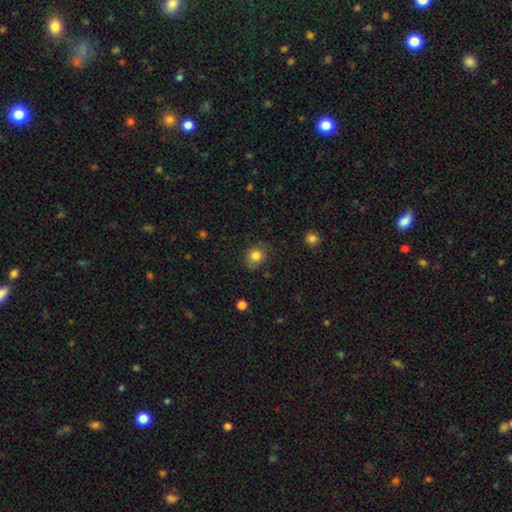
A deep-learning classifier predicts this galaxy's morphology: Smooth or featured: smooth — 82% (star or artifact — 10%)
How rounded: round — 69% (in between — 31%)
Merging: none — 73% (minor disturbance — 20%)